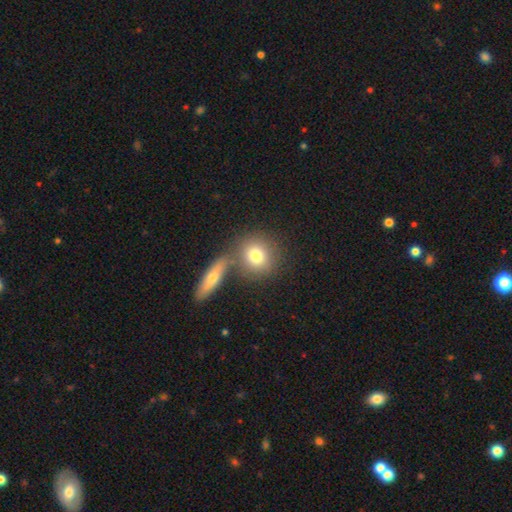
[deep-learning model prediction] Morphology: type=smooth (76%); roundness=round (81%); merging=none (61%).